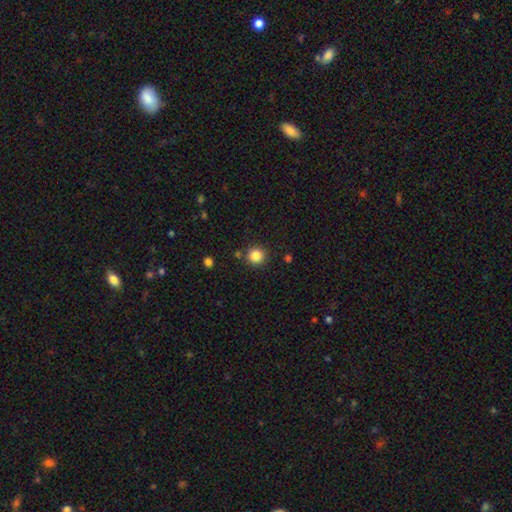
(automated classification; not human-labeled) smooth-or-featured: smooth: 84% | star or artifact: 11% | featured or disk: 5%
  how-rounded: round: 93% | in between: 6% | cigar-shaped: 1%
  merging: none: 85% | minor disturbance: 8% | merger: 5% | major disturbance: 3%